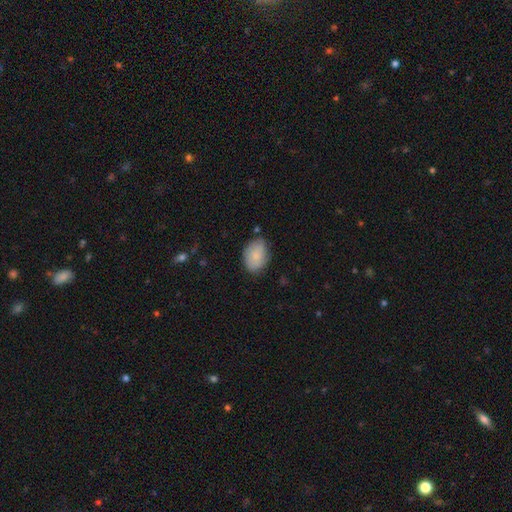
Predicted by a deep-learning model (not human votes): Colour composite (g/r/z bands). It shows a smooth galaxy with no disk features (83%) that is in between round and cigar-shaped (83%). Merging: none (73%).